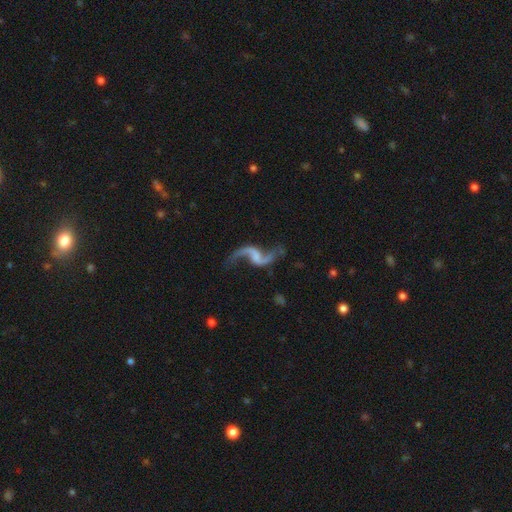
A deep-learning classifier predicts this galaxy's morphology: Smooth or featured: featured or disk — 91% (star or artifact — 5%)
Edge-on disk: no — 97% (yes — 3%)
Bar: weak — 42% (no — 39%)
Spiral arms: yes — 96% (no — 4%)
Spiral winding: loose — 92% (medium — 6%)
Spiral arm count: 2 — 93% (1 — 3%)
Bulge size: none — 53% (small — 28%)
Merging: none — 69% (minor disturbance — 15%)